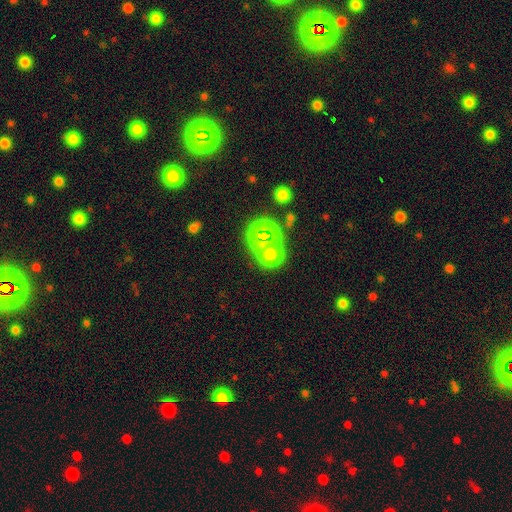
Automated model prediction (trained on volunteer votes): Q: Smooth or featured?
A: smooth (47%); runner-up: star or artifact (33%)
Q: Merging?
A: none (43%); tied with: merger (43%)